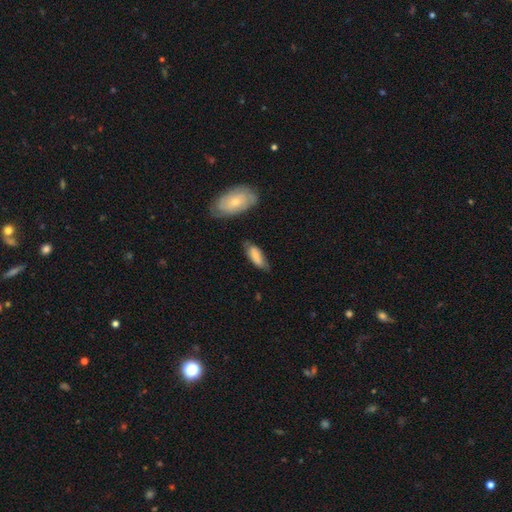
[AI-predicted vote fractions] smooth 70%, featured or disk 24%, star or artifact 7%. Down the decision tree: how rounded — in between (72%); merging — none (59%).